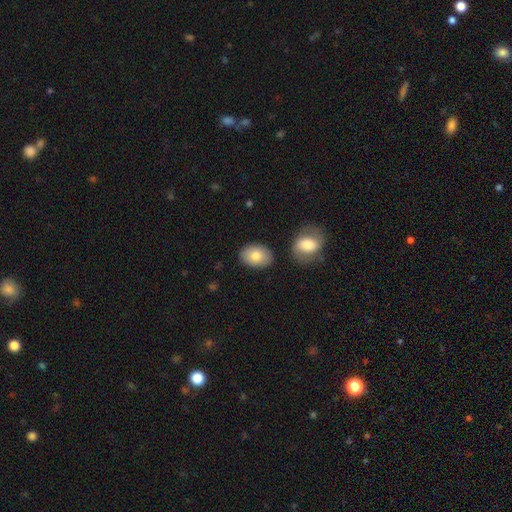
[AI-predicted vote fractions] Overall: smooth (80%). How rounded: in between (83%). Merging: none (81%).